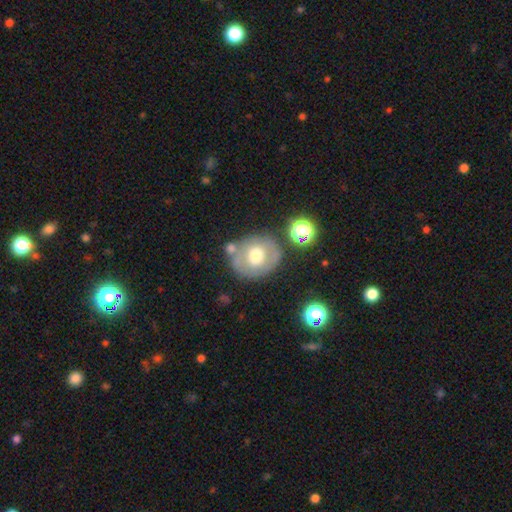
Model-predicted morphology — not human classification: smooth 55%, featured or disk 36%, star or artifact 9%. Down the decision tree: how rounded — round (72%); merging — none (67%).